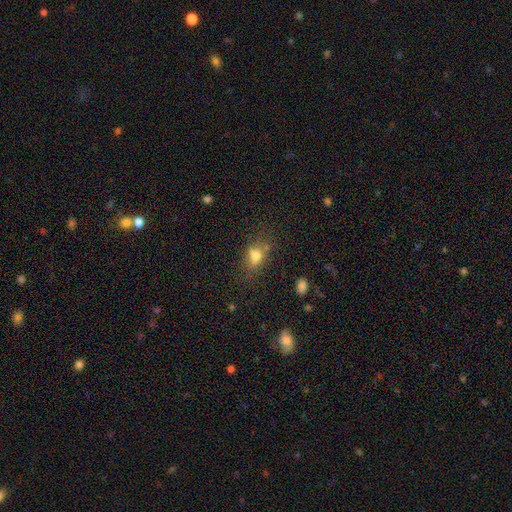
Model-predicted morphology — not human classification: This is likely a smooth galaxy (70%). How rounded: likely in between (66%). Merging: possibly none (55%).